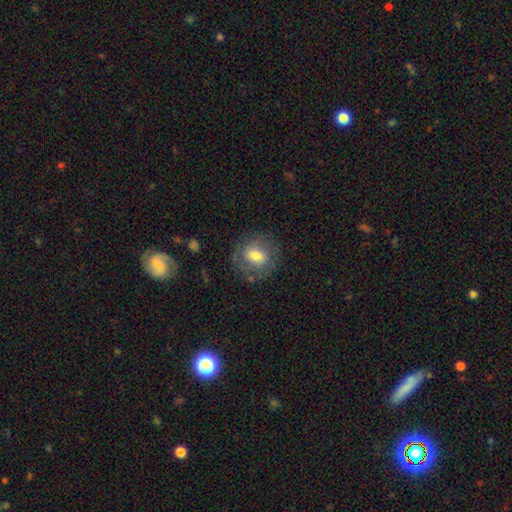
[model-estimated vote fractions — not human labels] A smooth galaxy with no disk features (51%) that is round (72%).

Vote fractions:
- Smooth or featured? smooth: 51% / featured or disk: 41% / star or artifact: 8%
- How rounded? round: 72% / in between: 26% / cigar-shaped: 1%
- Merging? none: 74% / minor disturbance: 16% / major disturbance: 8% / merger: 2%